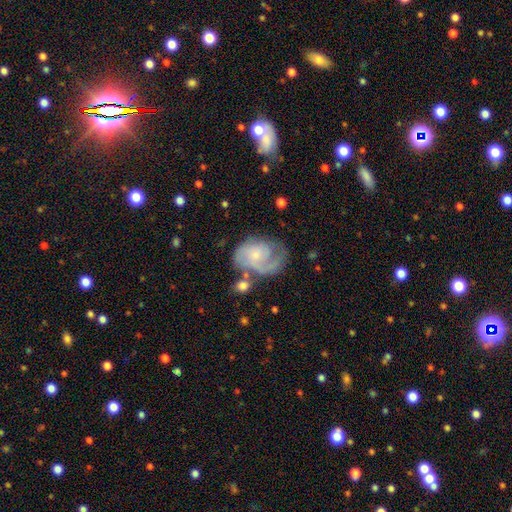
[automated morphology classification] Smooth or featured? featured or disk (66%)
Edge-on disk? no (97%)
Bar? no (72%)
Spiral arms? yes (84%)
Spiral winding? medium (40%)
Spiral arm count? 1 (36%)
Bulge size? small (61%)
Merging? none (43%)